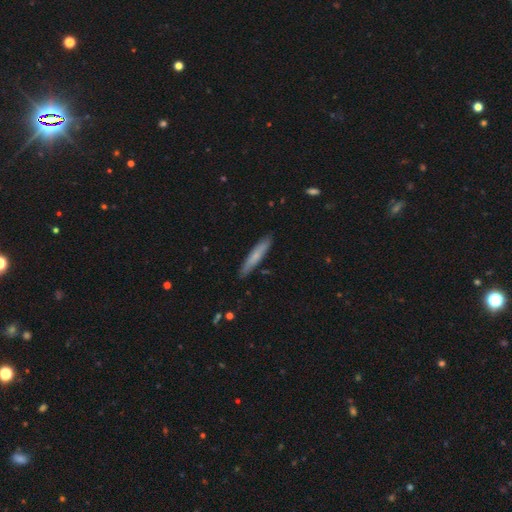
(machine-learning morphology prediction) The model was most divided on "smooth or featured": smooth: 67%, featured or disk: 27%, star or artifact: 6%. More confident: how rounded — cigar-shaped (93%); merging — none (88%).